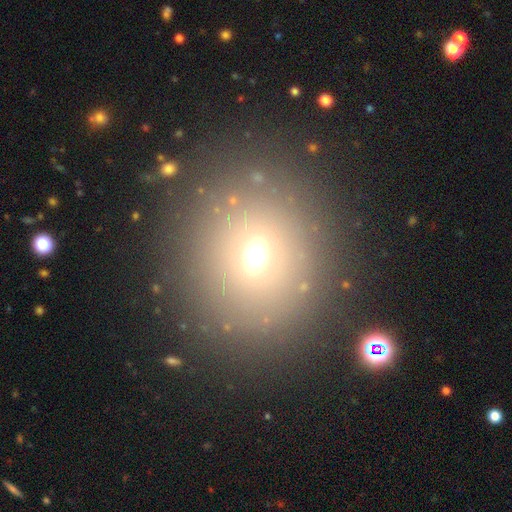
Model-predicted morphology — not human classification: The model was most divided on "smooth or featured": smooth: 61%, star or artifact: 24%, featured or disk: 16%. More confident: merging — none (83%); how rounded — round (79%).